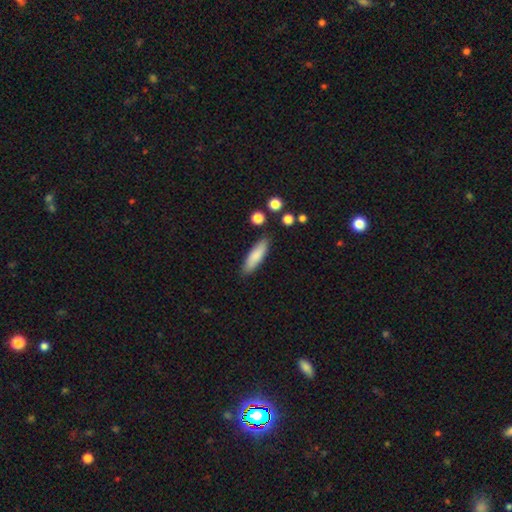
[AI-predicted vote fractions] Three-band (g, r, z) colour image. It shows a smooth galaxy with no disk features (83%) that is cigar-shaped (59%). Merging: none (86%).